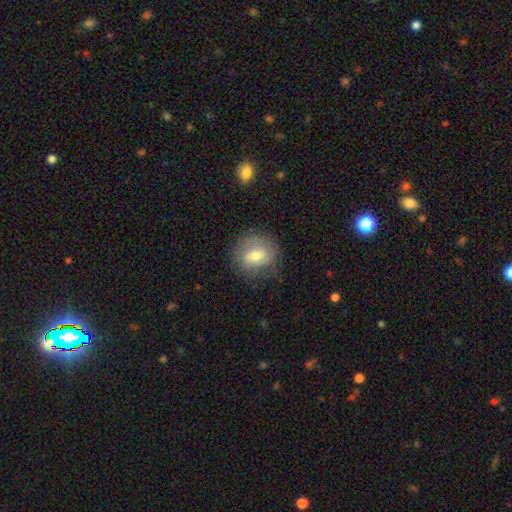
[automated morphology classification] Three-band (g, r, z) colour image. It shows a smooth galaxy with no disk features (64%) that is round (70%). Merging: none (74%).